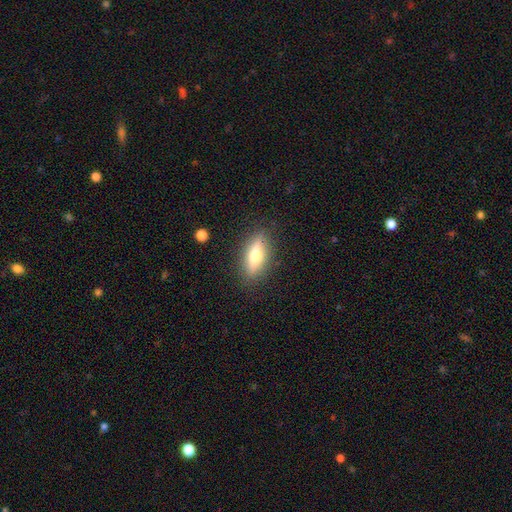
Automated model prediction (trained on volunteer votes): smooth_or_featured: smooth (p=0.46) [tied with: featured or disk p=0.46]
merging: none (p=0.86) [alt: minor disturbance p=0.10]